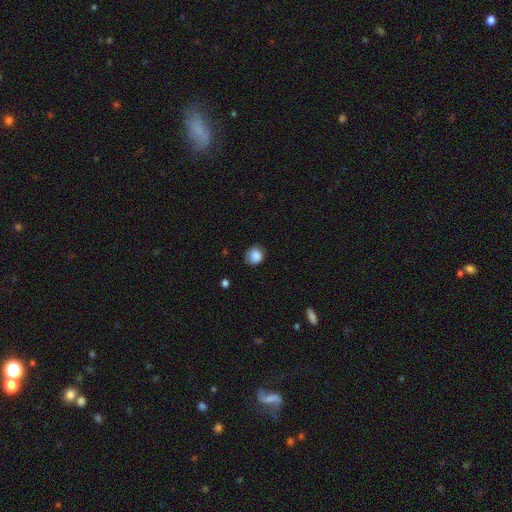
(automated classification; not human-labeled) A smooth galaxy with no disk features (87%) that is round (82%). Merging: none (73%).